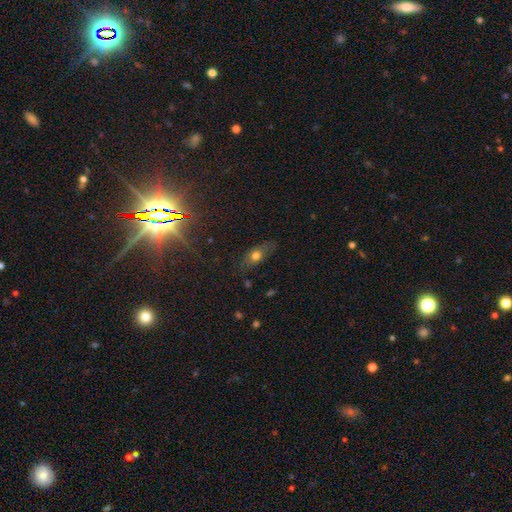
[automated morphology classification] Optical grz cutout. It shows a smooth galaxy with no disk features (63%) that is in between round and cigar-shaped (68%). Merging: none (75%).